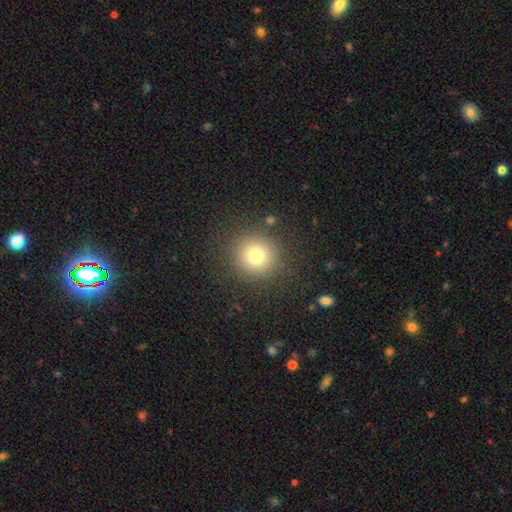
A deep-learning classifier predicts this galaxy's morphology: Smooth or featured? smooth (75%)
How rounded? round (93%)
Merging? none (87%)